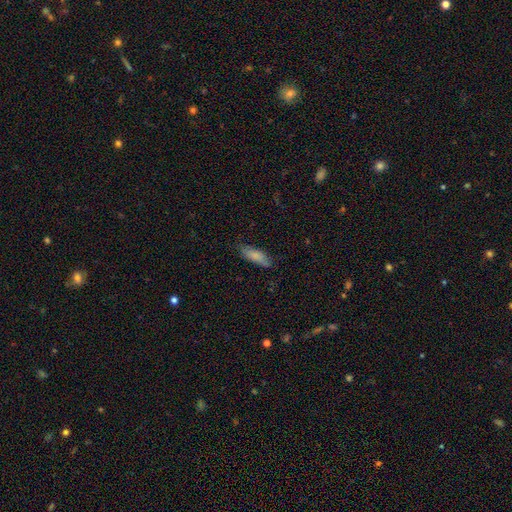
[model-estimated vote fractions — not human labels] smooth-or-featured: smooth: 82% | featured or disk: 12% | star or artifact: 6%
  how-rounded: in between: 56% | cigar-shaped: 42% | round: 2%
  merging: none: 75% | minor disturbance: 20% | major disturbance: 4% | merger: 1%